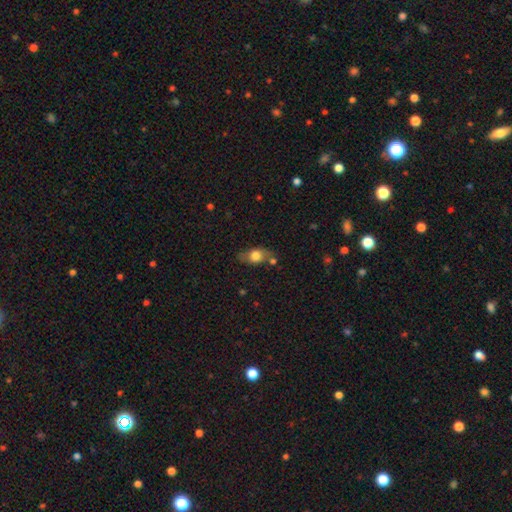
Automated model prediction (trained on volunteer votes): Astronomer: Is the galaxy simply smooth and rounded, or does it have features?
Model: smooth — 70%.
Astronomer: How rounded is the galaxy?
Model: in between — 76%.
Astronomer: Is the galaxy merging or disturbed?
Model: none — 68%.